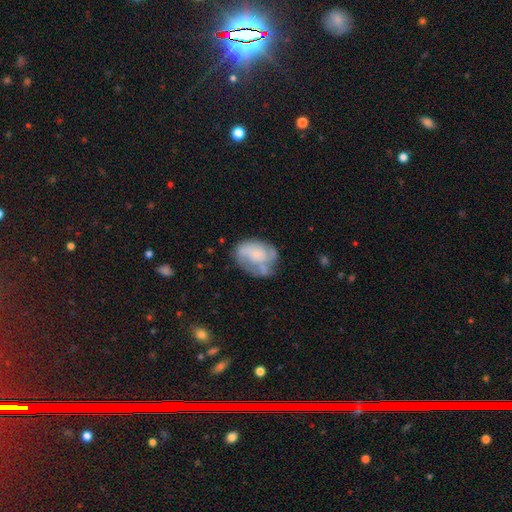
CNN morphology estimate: smooth_or_featured: featured or disk (p=0.49) [alt: smooth p=0.43]
merging: none (p=0.44) [alt: minor disturbance p=0.29]